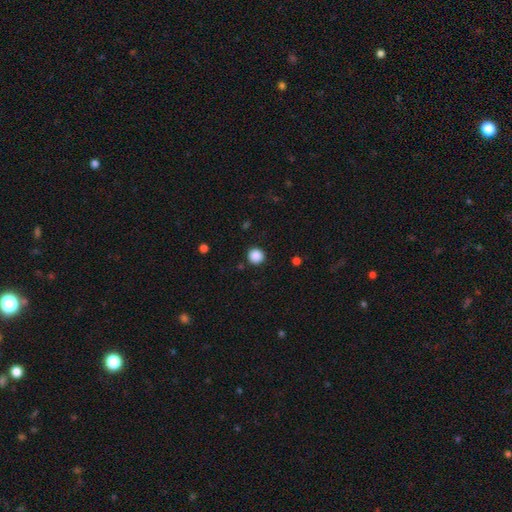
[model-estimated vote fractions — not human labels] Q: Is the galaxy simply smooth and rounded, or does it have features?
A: smooth — 88%.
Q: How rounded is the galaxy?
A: round — 94%.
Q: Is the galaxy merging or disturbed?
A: none — 91%.